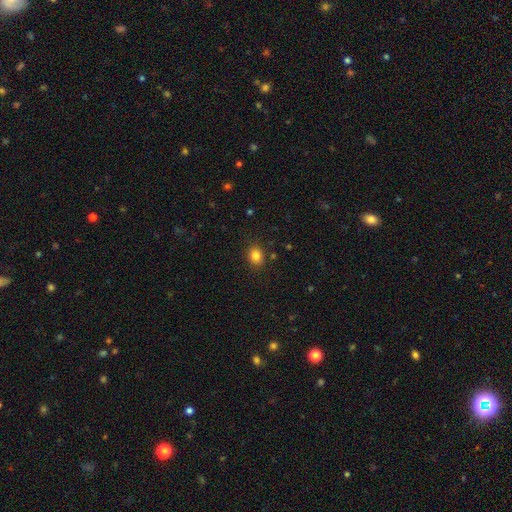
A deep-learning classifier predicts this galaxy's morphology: This appears to be a smooth galaxy with no disk features (83%) that is in between round and cigar-shaped (51%). Merging: none (86%).